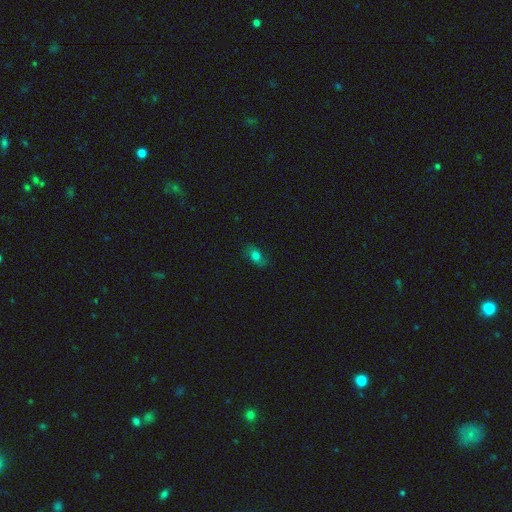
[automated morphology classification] smooth-or-featured: smooth: 64% | featured or disk: 20% | star or artifact: 16%
  how-rounded: in between: 76% | round: 21% | cigar-shaped: 3%
  merging: none: 70% | minor disturbance: 20% | major disturbance: 8% | merger: 1%